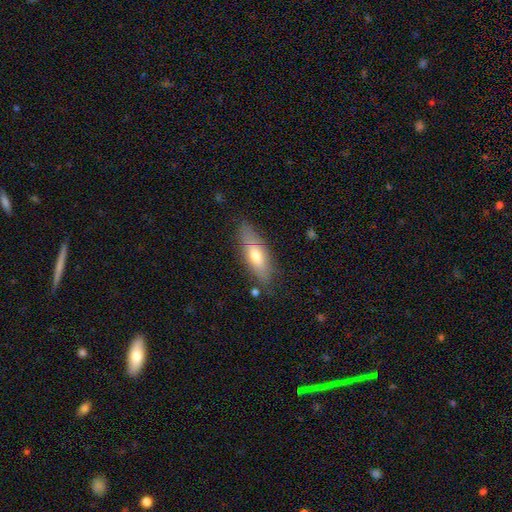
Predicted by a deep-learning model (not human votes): Smooth or featured? smooth (64%)
How rounded? in between (61%)
Merging? none (74%)